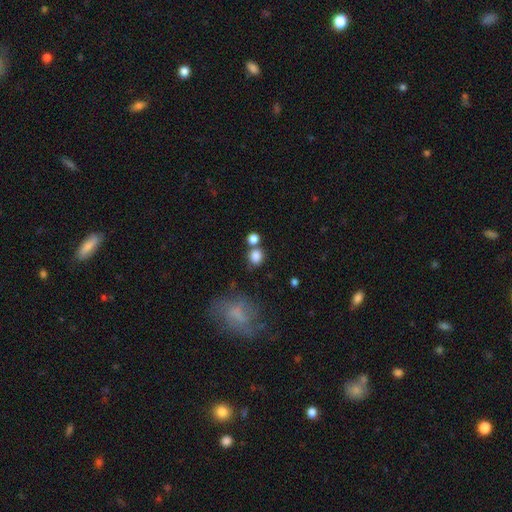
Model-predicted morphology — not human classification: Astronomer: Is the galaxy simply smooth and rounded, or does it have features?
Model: smooth — 82%.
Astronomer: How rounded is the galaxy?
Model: round — 82%.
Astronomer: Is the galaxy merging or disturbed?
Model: none — 65%.